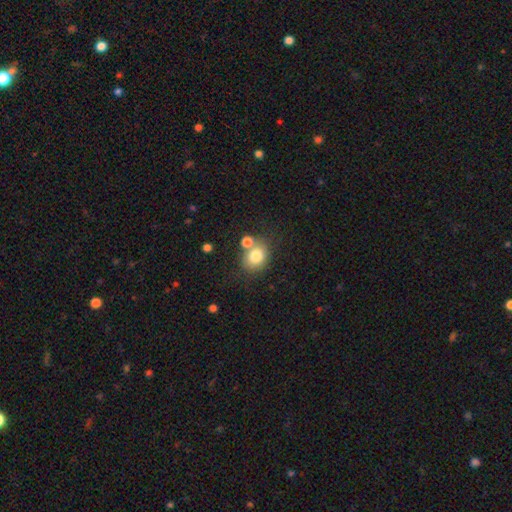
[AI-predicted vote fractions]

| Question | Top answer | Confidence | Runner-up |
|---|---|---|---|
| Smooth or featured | smooth | 80% | star or artifact (10%) |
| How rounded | round | 56% | in between (43%) |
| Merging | none | 59% | merger (23%) |